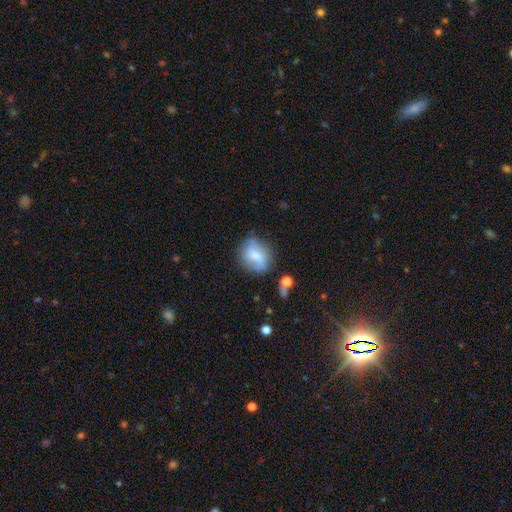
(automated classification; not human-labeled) smooth 59%, featured or disk 32%, star or artifact 9%. Down the decision tree: how rounded — round (60%); merging — none (62%).